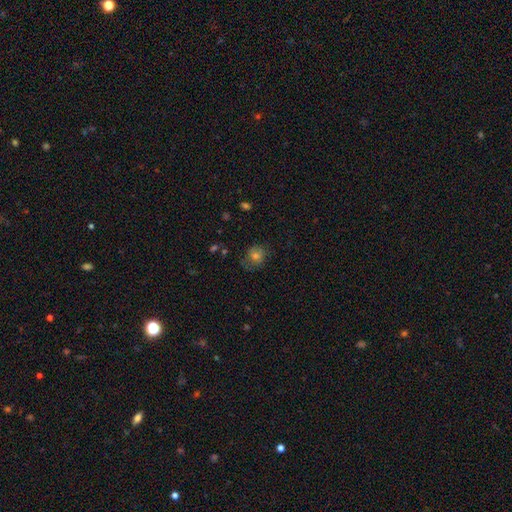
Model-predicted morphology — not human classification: Smooth or featured? Predicted: smooth (p=0.61). How rounded? Predicted: round (p=0.75). Merging? Predicted: none (p=0.70).